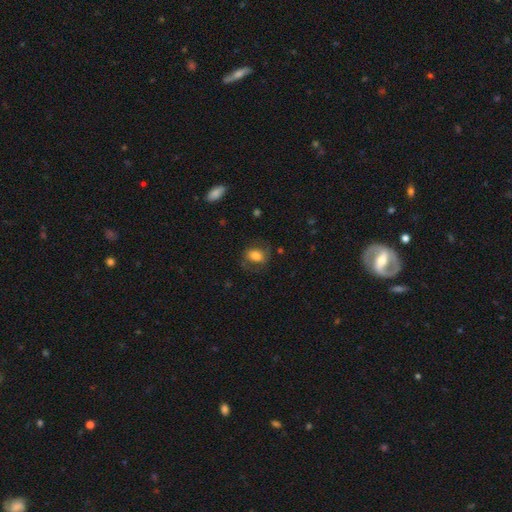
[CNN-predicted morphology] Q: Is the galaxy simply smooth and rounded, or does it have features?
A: smooth — 63%.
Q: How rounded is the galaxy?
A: in between — 66%.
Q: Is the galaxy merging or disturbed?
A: none — 67%.